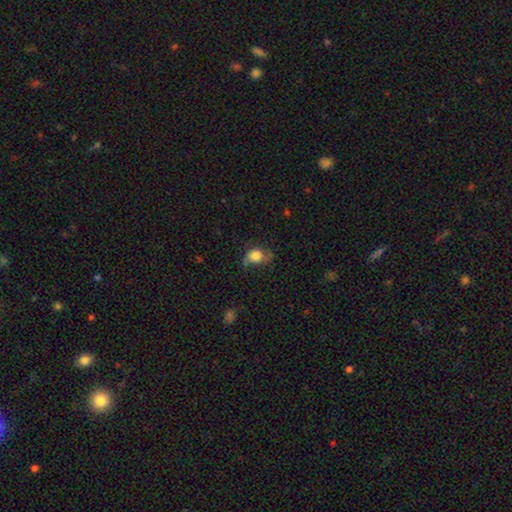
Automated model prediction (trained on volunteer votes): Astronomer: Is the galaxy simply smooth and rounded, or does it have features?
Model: smooth — 70%.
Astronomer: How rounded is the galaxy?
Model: in between — 54% (runner-up: round, 44%).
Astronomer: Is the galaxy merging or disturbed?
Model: none — 45% (runner-up: minor disturbance, 32%).